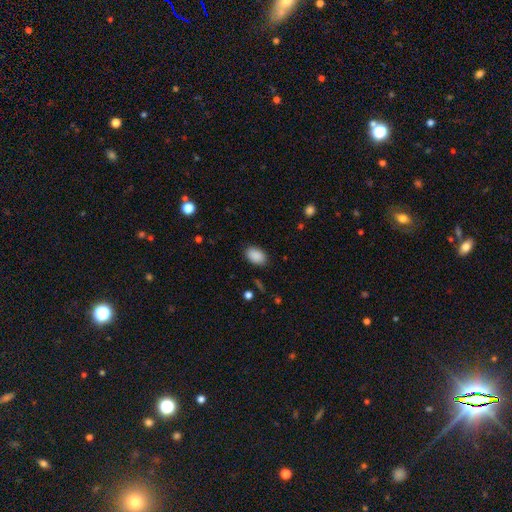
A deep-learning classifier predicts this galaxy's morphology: This is clearly a smooth galaxy (90%). How rounded: clearly in between (87%). Merging: clearly none (88%).